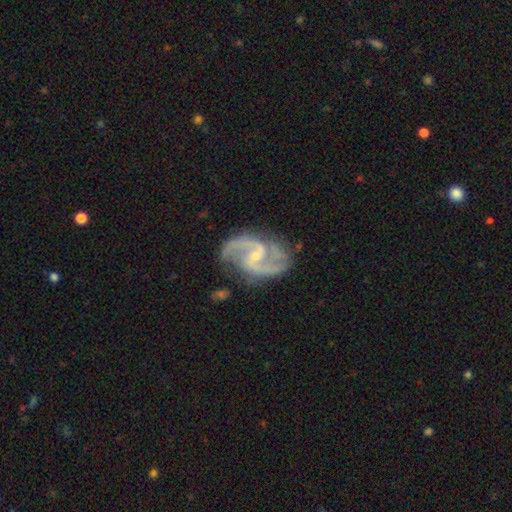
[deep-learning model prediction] smooth-or-featured: featured or disk: 93% | star or artifact: 5% | smooth: 3%
  disk-edge-on: no: 98% | yes: 2%
    bar: weak: 49% | no: 31% | strong: 20%
    has-spiral-arms: yes: 98% | no: 2%
      spiral-winding: medium: 59% | loose: 27% | tight: 13%
      spiral-arm-count: 2: 88% | 3: 5% | can't tell: 2% | 1: 2% | 4: 2% | more than 4: 2%
    bulge-size: small: 73% | moderate: 22% | none: 4% | large: 1% | dominant: 1%
  merging: none: 72% | minor disturbance: 19% | major disturbance: 7% | merger: 2%